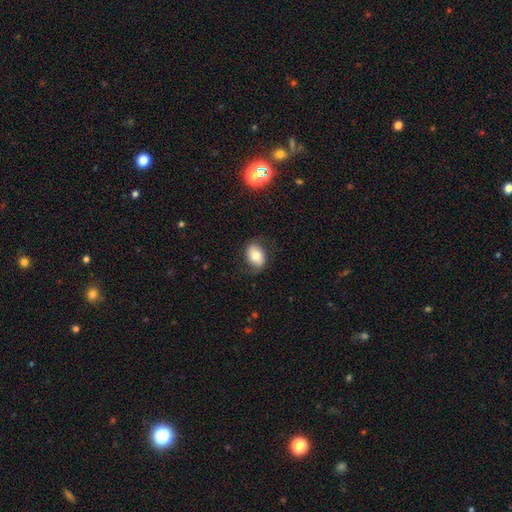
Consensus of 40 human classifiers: Smooth or featured?
  - smooth: 70% *
  - featured or disk: 22%
  - star or artifact: 8%
How rounded?
  - in between: 86% *
  - round: 14%
  - cigar-shaped: 0%
Merging?
  - none: 81% *
  - minor disturbance: 14%
  - major disturbance: 5%
  - merger: 0%